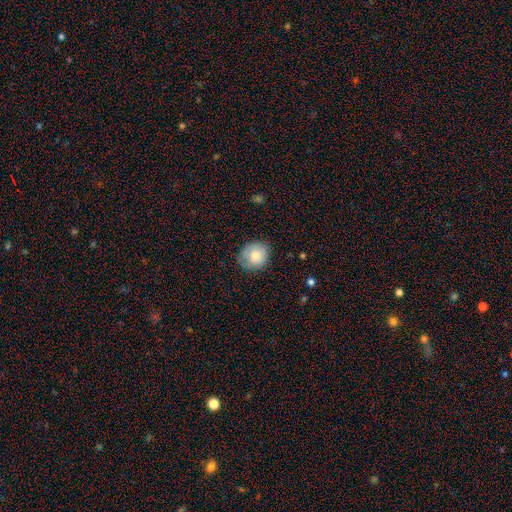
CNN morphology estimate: Smooth or featured? smooth (75%)
How rounded? round (67%)
Merging? none (69%)